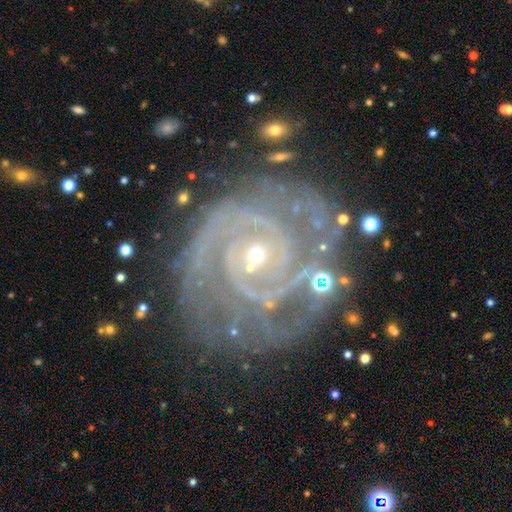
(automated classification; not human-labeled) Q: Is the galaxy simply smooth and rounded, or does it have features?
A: featured or disk — 90%.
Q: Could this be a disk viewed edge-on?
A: no — 98%.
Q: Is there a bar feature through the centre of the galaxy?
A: no — 51%.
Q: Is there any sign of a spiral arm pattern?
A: yes — 98%.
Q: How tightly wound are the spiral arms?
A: tight — 78%.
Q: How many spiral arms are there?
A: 2 — 50%.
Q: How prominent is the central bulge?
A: small — 69%.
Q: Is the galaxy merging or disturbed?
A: none — 73%.